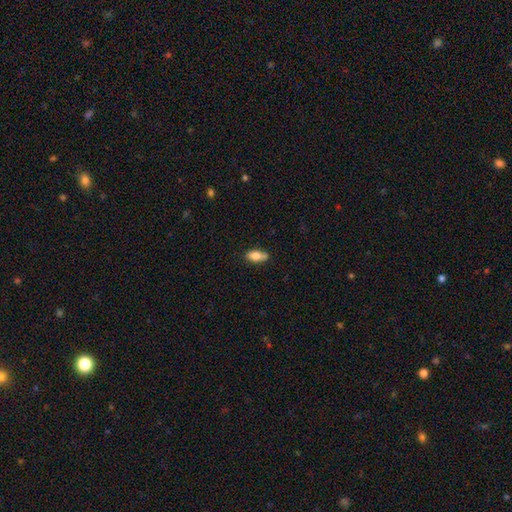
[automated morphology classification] This appears to be a smooth galaxy with no disk features (81%) that is in between round and cigar-shaped (87%). Merging: none (64%).